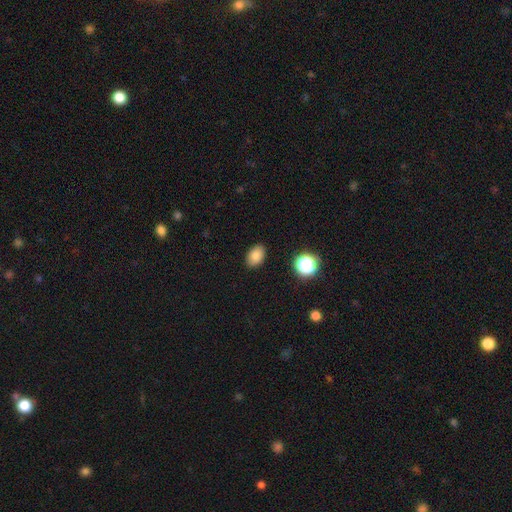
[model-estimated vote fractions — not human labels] smooth_or_featured: smooth (p=0.83) [alt: star or artifact p=0.11]
how_rounded: in between (p=0.82) [alt: round p=0.16]
merging: none (p=0.88) [alt: minor disturbance p=0.08]